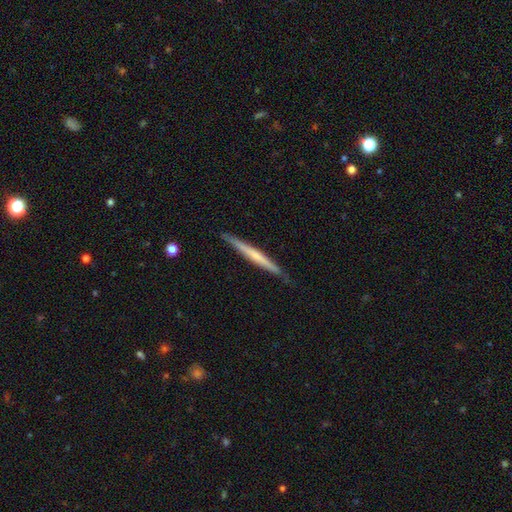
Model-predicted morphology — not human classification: This is possibly a featured or disk galaxy (54%). It is clearly viewed edge-on (97%). Edge-on bulge: likely none (68%). Merging: clearly none (87%).